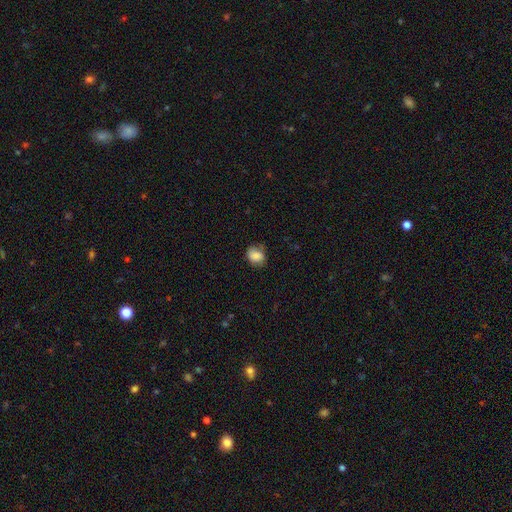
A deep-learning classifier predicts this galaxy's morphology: smooth 83%, star or artifact 9%, featured or disk 8%. Down the decision tree: how rounded — round (53%); merging — none (67%).